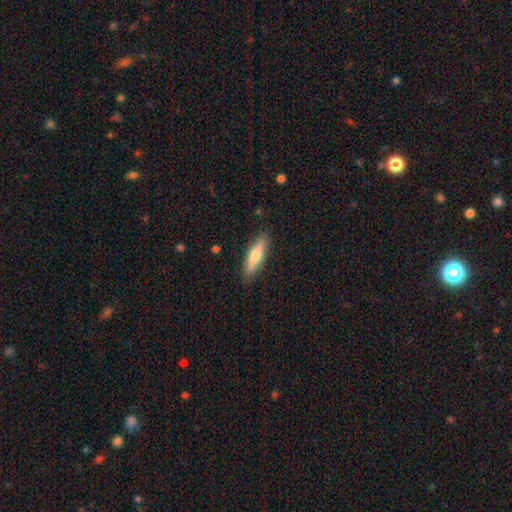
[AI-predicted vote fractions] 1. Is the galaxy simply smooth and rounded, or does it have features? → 65% smooth, 29% featured or disk, 6% star or artifact.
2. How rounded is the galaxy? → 61% cigar-shaped, 37% in between, 2% round.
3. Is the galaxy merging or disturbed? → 87% none, 10% minor disturbance, 2% major disturbance, 1% merger.